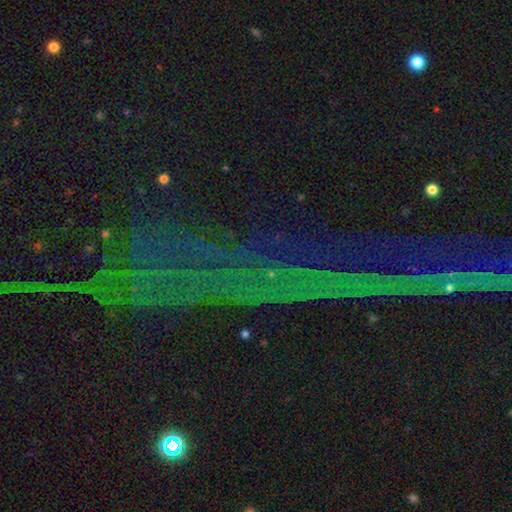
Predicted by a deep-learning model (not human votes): smooth-or-featured: star or artifact: 77% | featured or disk: 13% | smooth: 10%